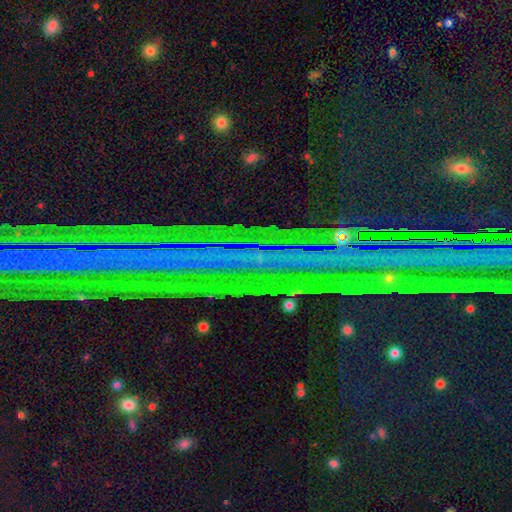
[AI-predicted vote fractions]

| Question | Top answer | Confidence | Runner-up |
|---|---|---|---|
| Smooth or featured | star or artifact | 80% | featured or disk (12%) |